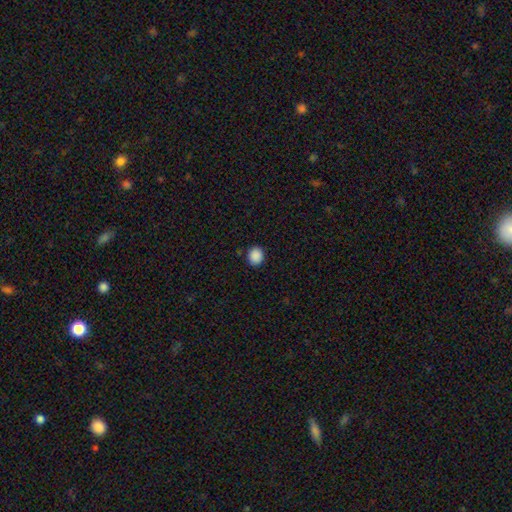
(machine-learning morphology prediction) Q: Smooth or featured?
A: smooth (89%); runner-up: star or artifact (9%)
Q: How rounded?
A: round (76%); runner-up: in between (23%)
Q: Merging?
A: none (89%); runner-up: minor disturbance (7%)